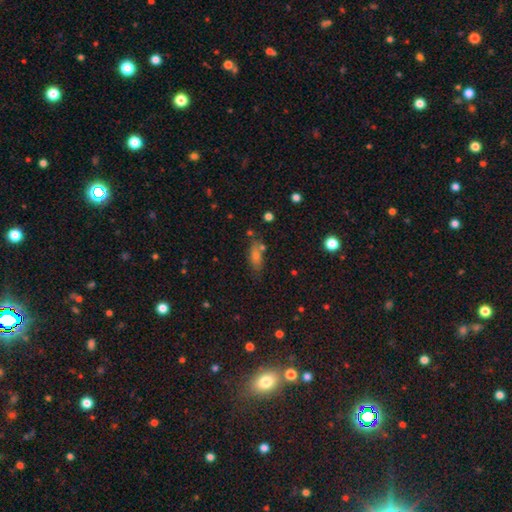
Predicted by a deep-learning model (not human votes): This is likely a smooth galaxy (64%). How rounded: likely in between (65%). Merging: likely none (70%).